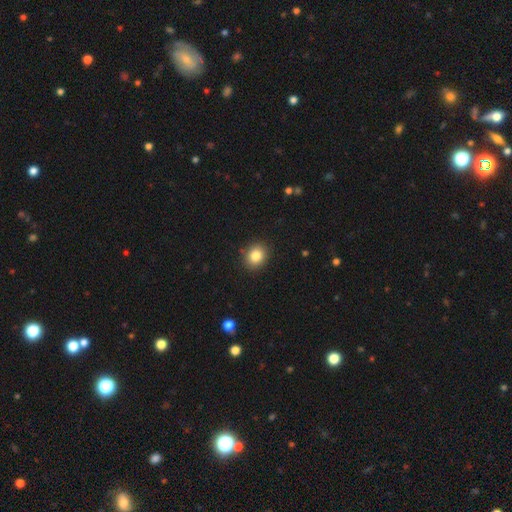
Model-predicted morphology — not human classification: Smooth or featured? Predicted: smooth (p=0.83). How rounded? Predicted: round (p=0.66). Merging? Predicted: none (p=0.90).